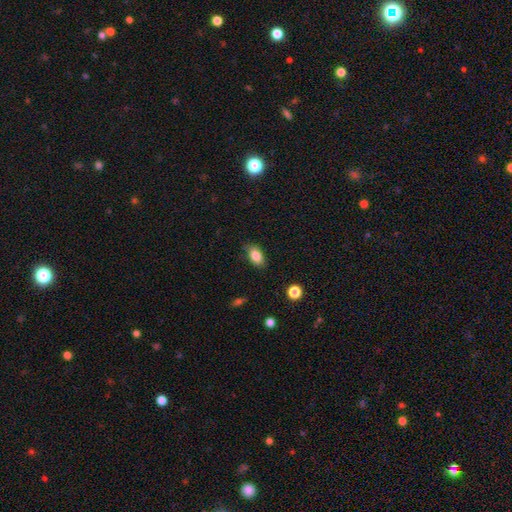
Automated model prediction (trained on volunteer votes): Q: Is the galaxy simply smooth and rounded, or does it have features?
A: smooth — 85%.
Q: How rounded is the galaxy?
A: in between — 89%.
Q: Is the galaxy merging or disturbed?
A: none — 80%.